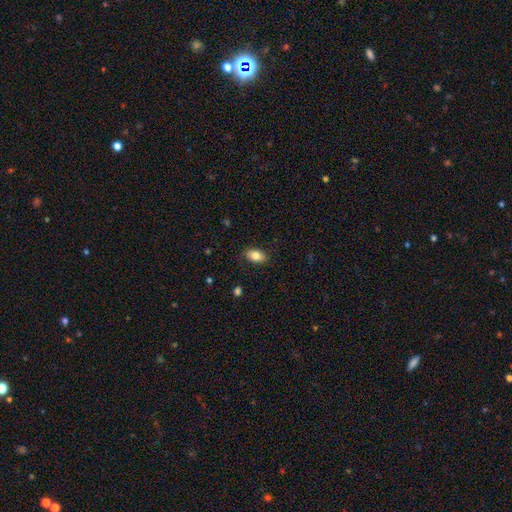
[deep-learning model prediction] Smooth or featured: smooth — 81% (featured or disk — 12%)
How rounded: in between — 91% (round — 7%)
Merging: none — 85% (minor disturbance — 11%)